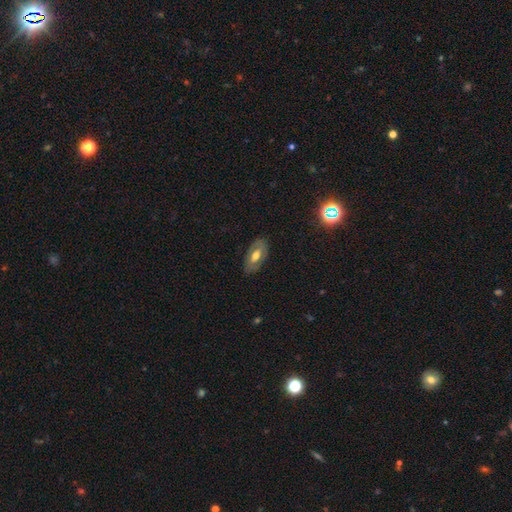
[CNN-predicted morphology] smooth_or_featured: smooth (p=0.52) [alt: featured or disk p=0.41]
how_rounded: in between (p=0.90) [alt: cigar-shaped p=0.05]
merging: none (p=0.81) [alt: minor disturbance p=0.14]